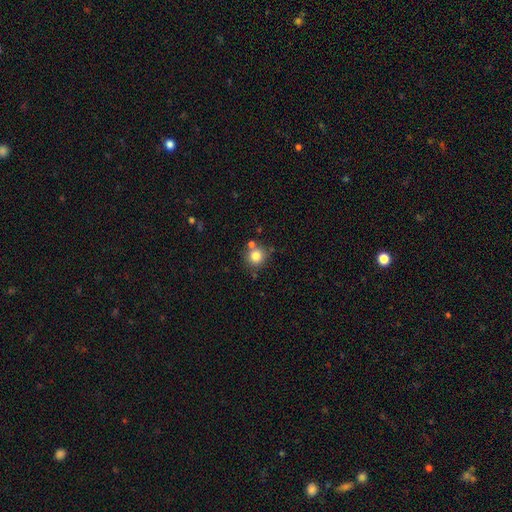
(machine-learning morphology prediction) A smooth galaxy with no disk features (81%) that is round (91%).

Vote fractions:
- Smooth or featured? smooth: 81% / star or artifact: 11% / featured or disk: 8%
- How rounded? round: 91% / in between: 8% / cigar-shaped: 1%
- Merging? none: 71% / merger: 15% / minor disturbance: 11% / major disturbance: 3%